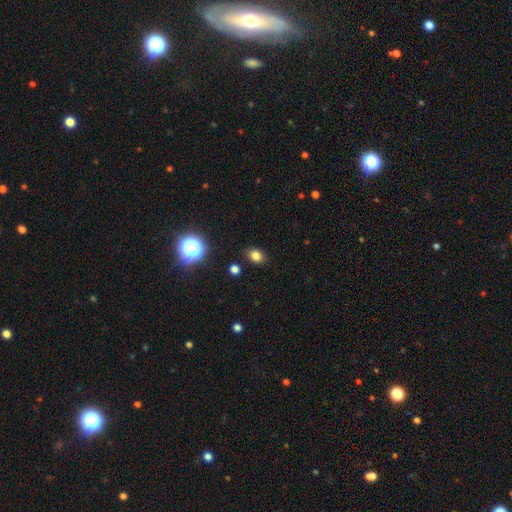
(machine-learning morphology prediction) Smooth or featured?
  - smooth: 79% *
  - star or artifact: 15%
  - featured or disk: 6%
How rounded?
  - in between: 56% *
  - round: 43%
  - cigar-shaped: 1%
Merging?
  - none: 86% *
  - minor disturbance: 10%
  - major disturbance: 2%
  - merger: 2%